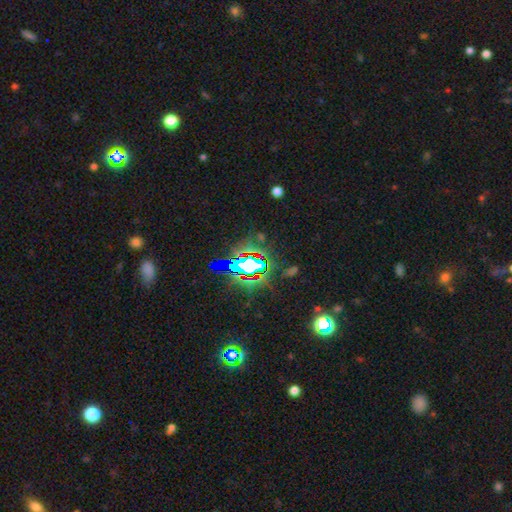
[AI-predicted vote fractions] Smooth or featured: star or artifact — 72% (smooth — 15%)